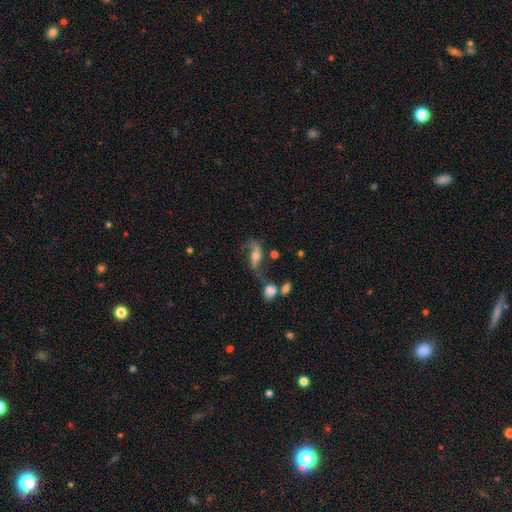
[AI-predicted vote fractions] Q: Smooth or featured?
A: featured or disk (76%); runner-up: smooth (16%)
Q: Edge-on disk?
A: no (82%); runner-up: yes (18%)
Q: Bar?
A: no (45%); runner-up: strong (28%)
Q: Spiral arms?
A: yes (88%); runner-up: no (12%)
Q: Spiral winding?
A: loose (86%); runner-up: medium (10%)
Q: Spiral arm count?
A: 2 (87%); runner-up: 1 (7%)
Q: Bulge size?
A: moderate (61%); runner-up: small (27%)
Q: Merging?
A: none (48%); runner-up: minor disturbance (19%)